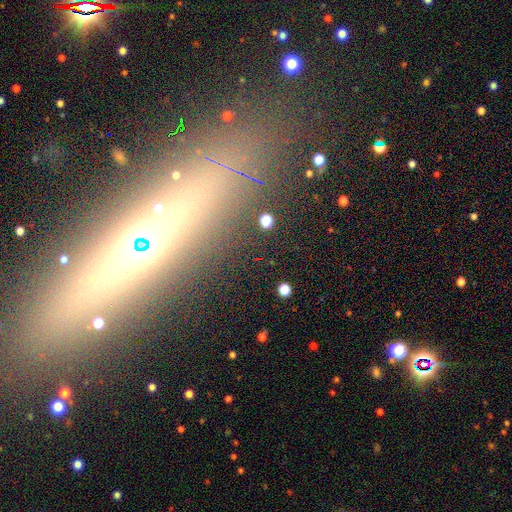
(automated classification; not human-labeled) Smooth or featured?
  - featured or disk: 43% *
  - star or artifact: 33%
  - smooth: 24%
Merging?
  - none: 85% *
  - minor disturbance: 8%
  - major disturbance: 4%
  - merger: 2%